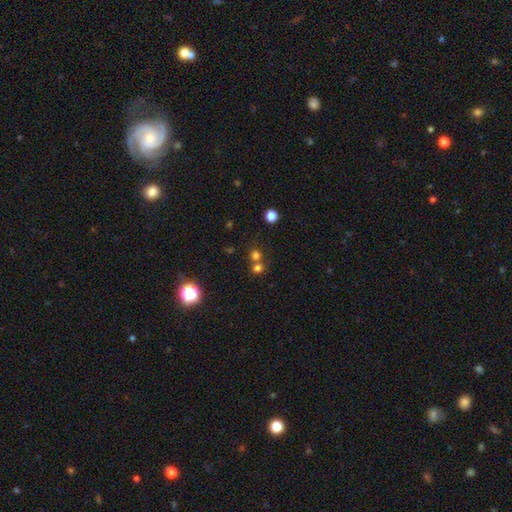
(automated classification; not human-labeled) Q: Smooth or featured?
A: smooth (70%); runner-up: star or artifact (22%)
Q: How rounded?
A: round (88%); runner-up: in between (11%)
Q: Merging?
A: none (56%); runner-up: merger (36%)